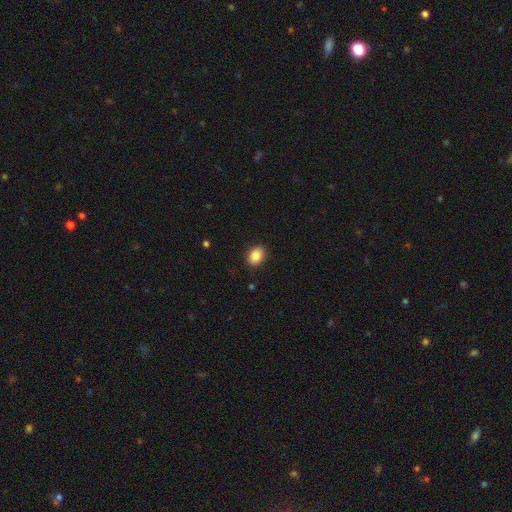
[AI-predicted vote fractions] smooth-or-featured: smooth: 87% | star or artifact: 8% | featured or disk: 5%
  how-rounded: in between: 71% | round: 28% | cigar-shaped: 1%
  merging: none: 89% | minor disturbance: 8% | major disturbance: 2% | merger: 1%